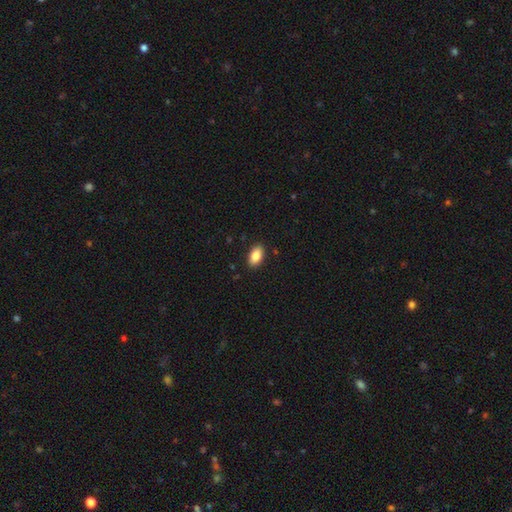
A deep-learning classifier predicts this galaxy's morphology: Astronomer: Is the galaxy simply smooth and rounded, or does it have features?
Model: smooth — 86%.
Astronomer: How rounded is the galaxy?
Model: in between — 93%.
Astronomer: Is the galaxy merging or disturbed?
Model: none — 90%.